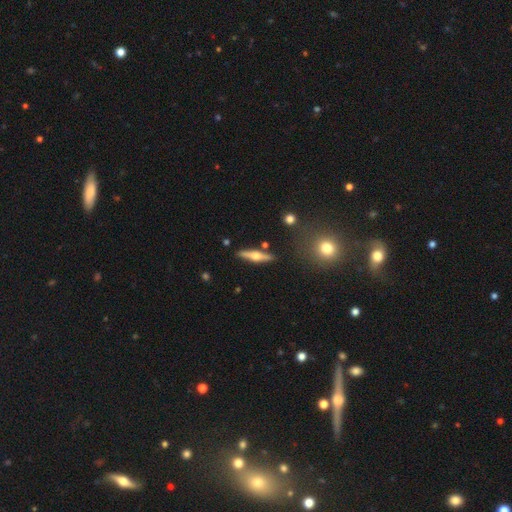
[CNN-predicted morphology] featured or disk 66%, smooth 28%, star or artifact 6%. Down the decision tree: edge-on disk — yes (96%); edge-on bulge — rounded (94%); merging — none (86%).